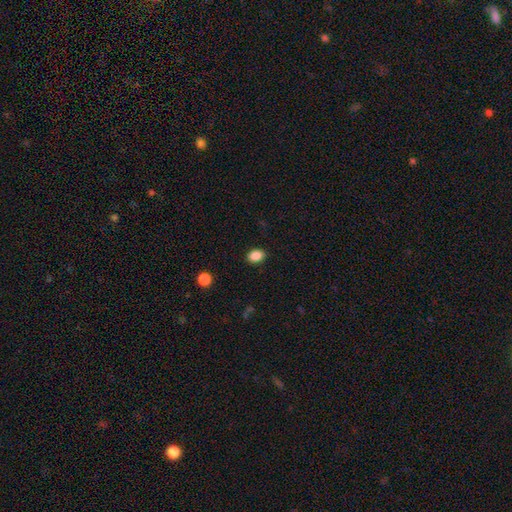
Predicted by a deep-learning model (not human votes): smooth 88%, star or artifact 9%, featured or disk 3%. Down the decision tree: how rounded — in between (72%); merging — none (89%).